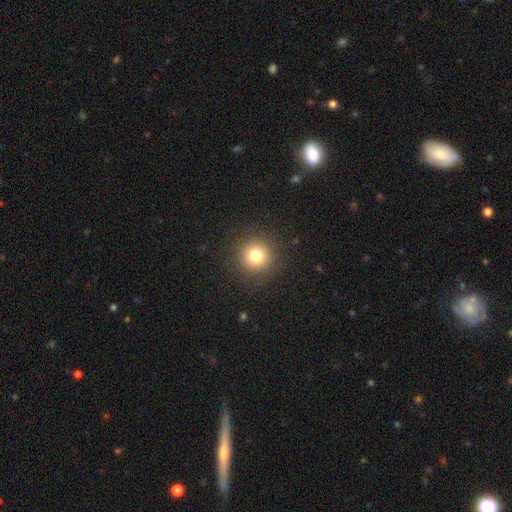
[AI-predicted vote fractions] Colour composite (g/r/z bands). It shows a smooth galaxy with no disk features (80%) that is round (95%). Merging: none (91%).